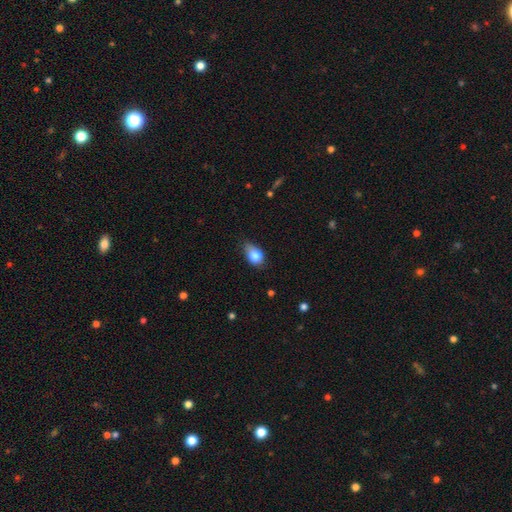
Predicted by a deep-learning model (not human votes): smooth 81%, featured or disk 11%, star or artifact 9%. Down the decision tree: how rounded — in between (71%); merging — none (55%).